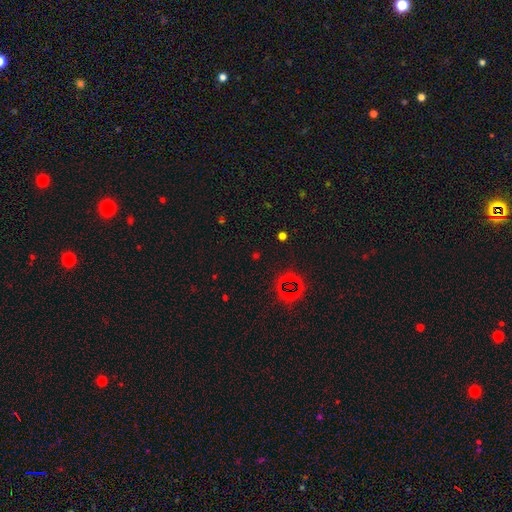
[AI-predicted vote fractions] Overall: star or artifact (65%; smooth 28%).